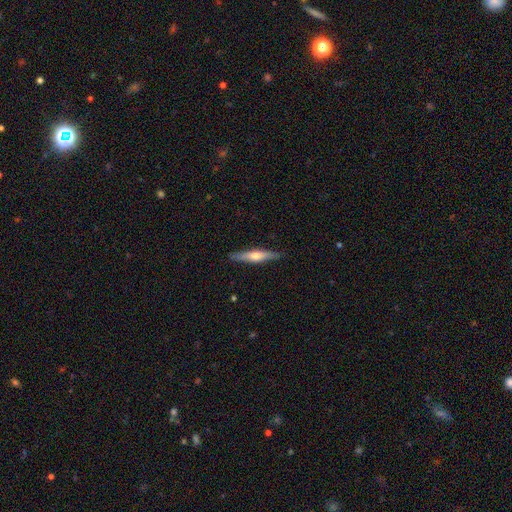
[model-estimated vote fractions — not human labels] This appears to be a featured or disk galaxy (54%) viewed edge-on (95%) with a rounded central bulge (85%). Merging: none (89%).